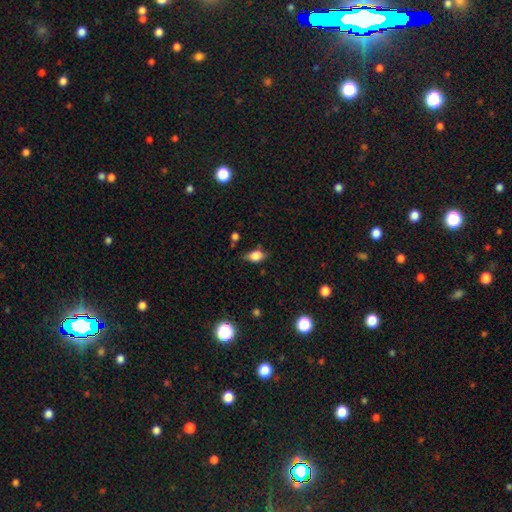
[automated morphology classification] Smooth or featured?
  - smooth: 78% *
  - featured or disk: 12%
  - star or artifact: 10%
How rounded?
  - in between: 79% *
  - round: 17%
  - cigar-shaped: 5%
Merging?
  - none: 67% *
  - minor disturbance: 25%
  - major disturbance: 6%
  - merger: 2%